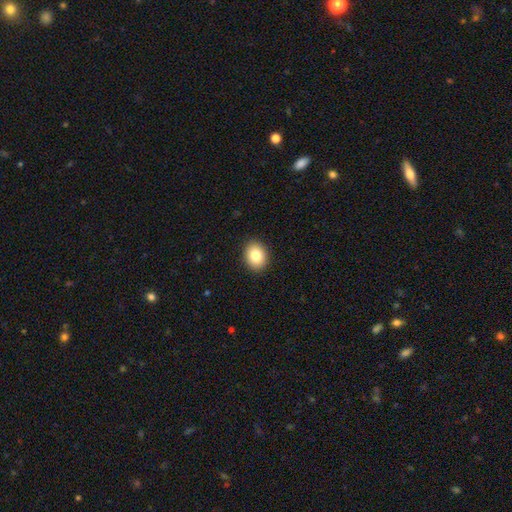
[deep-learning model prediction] smooth_or_featured: smooth (p=0.82) [alt: star or artifact p=0.09]
how_rounded: in between (p=0.51) [alt: round p=0.49]
merging: none (p=0.91) [alt: minor disturbance p=0.07]